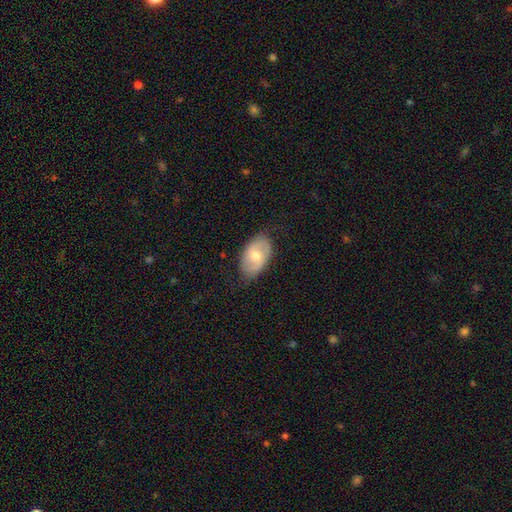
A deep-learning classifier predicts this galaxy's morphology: Smooth or featured: smooth — 54% (featured or disk — 40%)
How rounded: in between — 90% (round — 8%)
Merging: none — 75% (minor disturbance — 20%)